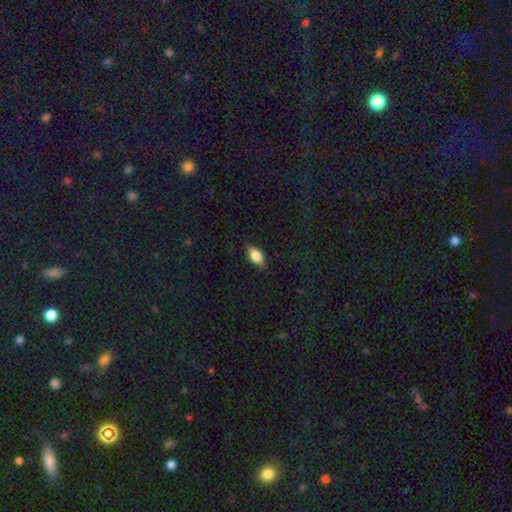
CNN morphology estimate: A smooth galaxy with no disk features (72%) that is in between round and cigar-shaped (85%). Merging: none (82%).